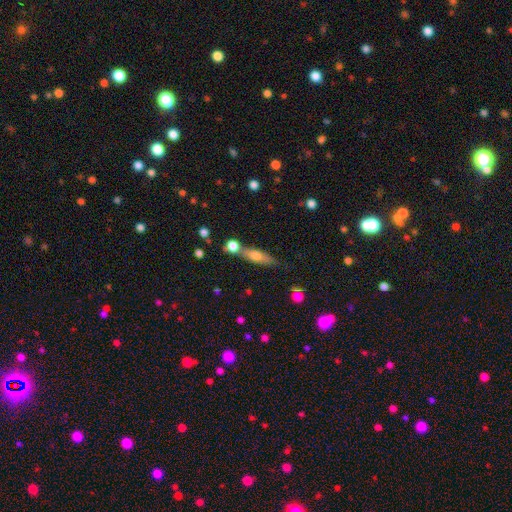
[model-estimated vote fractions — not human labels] A smooth galaxy with no disk features (56%) that is cigar-shaped (61%).

Vote fractions:
- Smooth or featured? smooth: 56% / featured or disk: 35% / star or artifact: 9%
- How rounded? cigar-shaped: 61% / in between: 35% / round: 4%
- Merging? none: 60% / merger: 21% / minor disturbance: 15% / major disturbance: 4%